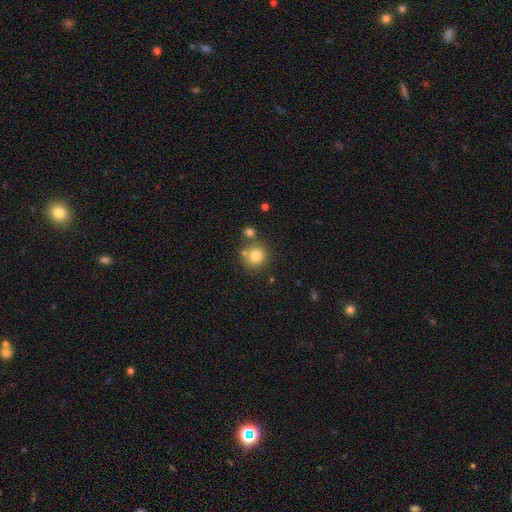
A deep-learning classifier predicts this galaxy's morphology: Smooth or featured: smooth — 79% (star or artifact — 12%)
How rounded: round — 89% (in between — 10%)
Merging: none — 70% (merger — 16%)